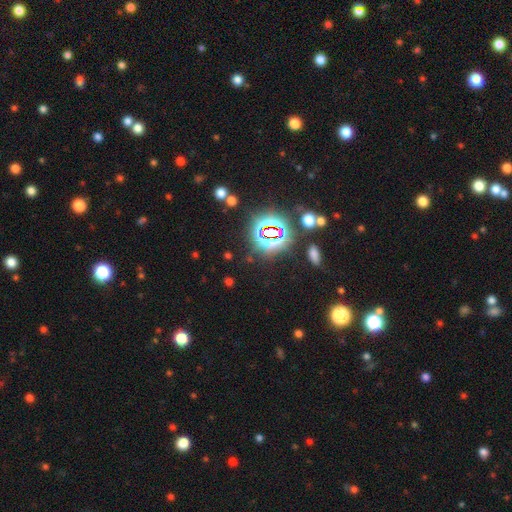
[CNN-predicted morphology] Smooth or featured: star or artifact — 81% (smooth — 12%)